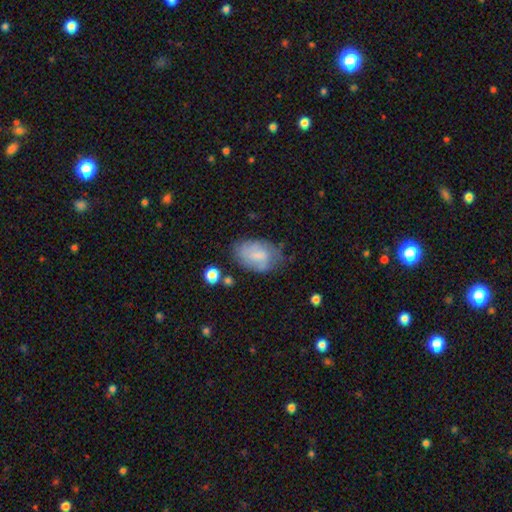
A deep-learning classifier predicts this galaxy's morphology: Smooth or featured: smooth — 62% (featured or disk — 29%)
How rounded: in between — 90% (round — 9%)
Merging: none — 58% (minor disturbance — 29%)